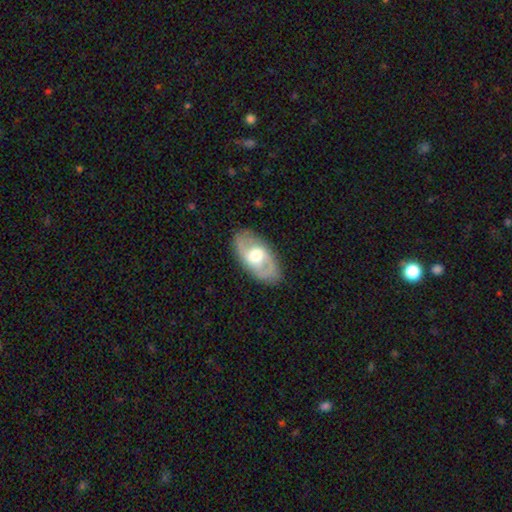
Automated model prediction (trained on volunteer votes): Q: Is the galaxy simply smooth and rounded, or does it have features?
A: featured or disk — 70%.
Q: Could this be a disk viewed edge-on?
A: no — 92%.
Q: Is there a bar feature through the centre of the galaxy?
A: weak — 45%.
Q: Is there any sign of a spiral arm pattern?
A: yes — 74%.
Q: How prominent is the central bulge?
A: moderate — 69%.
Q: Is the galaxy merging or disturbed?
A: none — 85%.